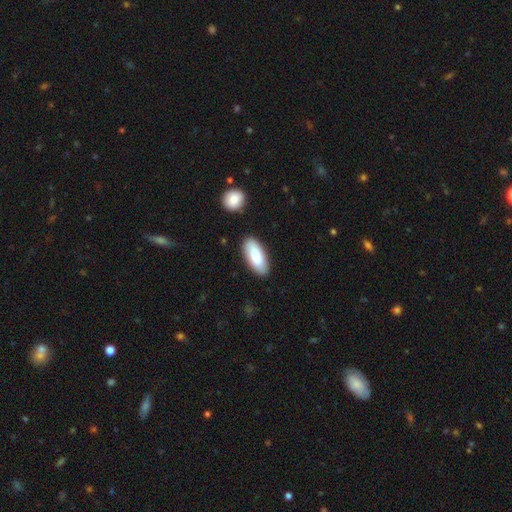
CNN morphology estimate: A smooth galaxy with no disk features (82%) that is in between round and cigar-shaped (85%). Merging: none (85%).